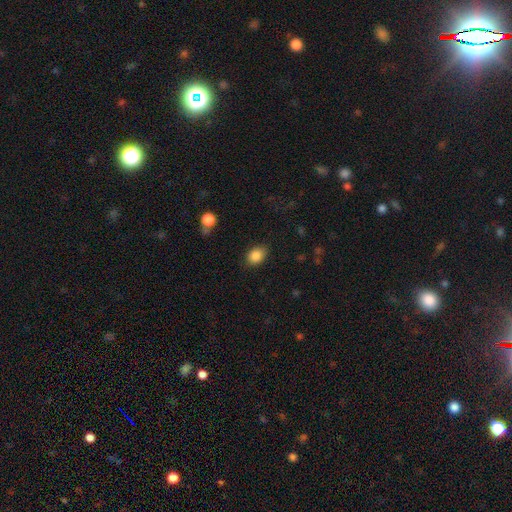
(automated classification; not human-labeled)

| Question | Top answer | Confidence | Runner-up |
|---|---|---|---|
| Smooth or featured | smooth | 86% | star or artifact (9%) |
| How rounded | in between | 66% | round (32%) |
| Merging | none | 81% | minor disturbance (14%) |